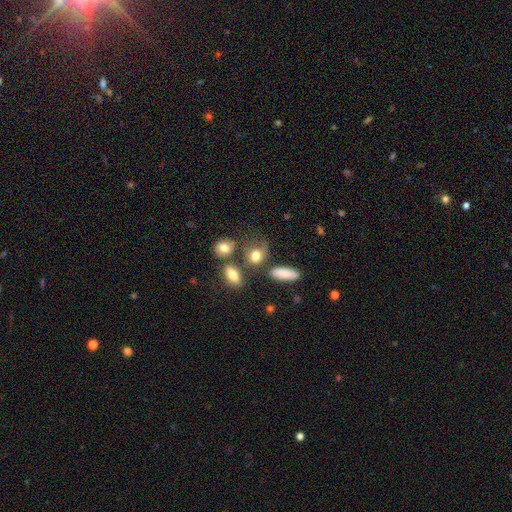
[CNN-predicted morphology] This is likely a smooth galaxy (76%). How rounded: possibly in between (56%). Merging: possibly none (53%).